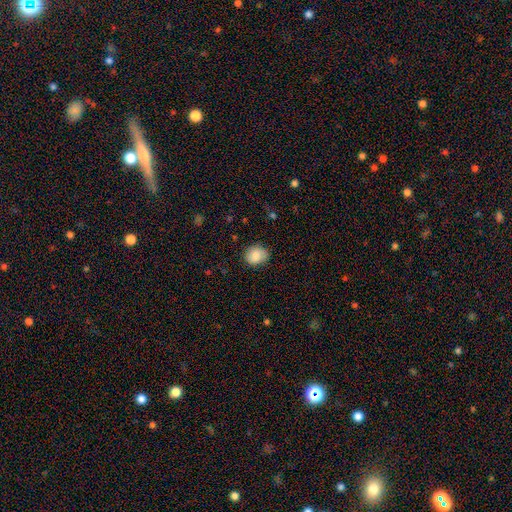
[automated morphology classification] smooth 83%, featured or disk 9%, star or artifact 8%. Down the decision tree: how rounded — round (67%); merging — none (79%).